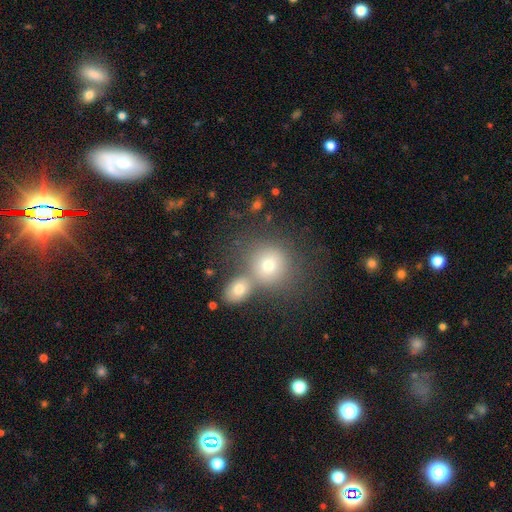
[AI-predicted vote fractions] Smooth or featured: smooth — 60% (star or artifact — 21%)
How rounded: round — 81% (in between — 17%)
Merging: none — 53% (merger — 30%)